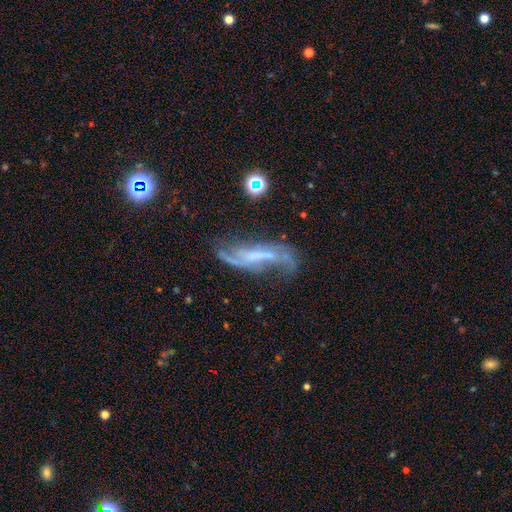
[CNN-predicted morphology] A featured or disk galaxy (77%) with a weak bar (38%), 2 (78%) loose (71%) spiral arms (89%) and no central bulge (42%).

Vote fractions:
- Smooth or featured? featured or disk: 77% / smooth: 12% / star or artifact: 11%
- Edge-on disk? no: 82% / yes: 18%
- Bar? weak: 38% / strong: 32% / no: 30%
- Spiral arms? yes: 89% / no: 11%
- Spiral winding? loose: 71% / medium: 21% / tight: 7%
- Spiral arm count? 2: 78% / can't tell: 10% / 1: 5% / 3: 3% / 4: 2% / more than 4: 2%
- Bulge size? none: 42% / small: 35% / moderate: 18% / large: 4% / dominant: 2%
- Merging? none: 52% / minor disturbance: 22% / major disturbance: 20% / merger: 7%